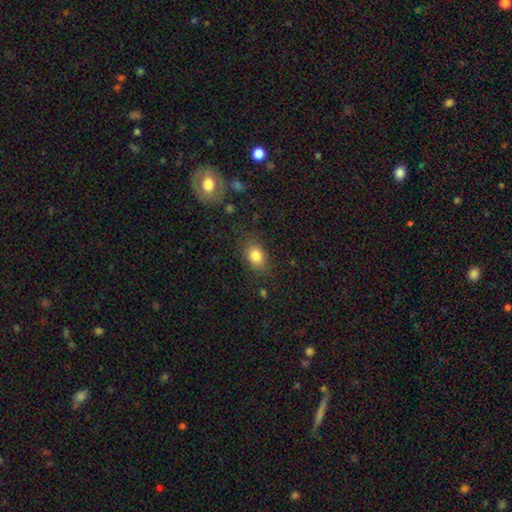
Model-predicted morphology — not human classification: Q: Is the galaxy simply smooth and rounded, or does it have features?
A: smooth — 83%.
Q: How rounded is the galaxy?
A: in between — 73%.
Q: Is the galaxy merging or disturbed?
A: none — 79%.